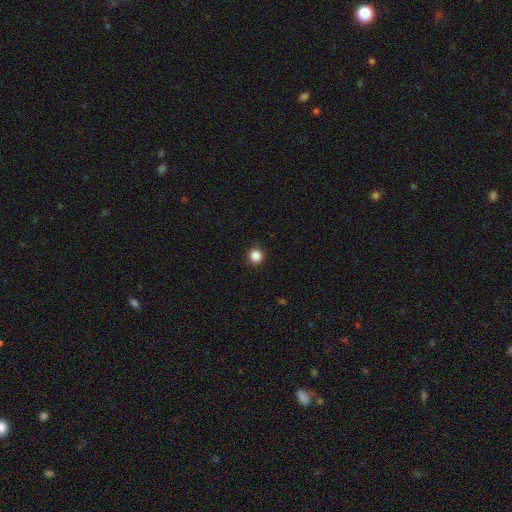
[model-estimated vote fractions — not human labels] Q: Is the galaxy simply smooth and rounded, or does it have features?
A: smooth — 86%.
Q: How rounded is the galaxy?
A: round — 95%.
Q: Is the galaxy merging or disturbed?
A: none — 92%.